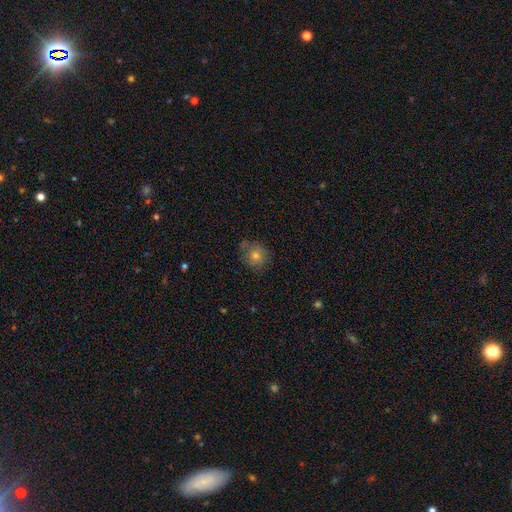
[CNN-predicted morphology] This appears to be a smooth galaxy with no disk features (71%) that is round (84%). Merging: none (74%).